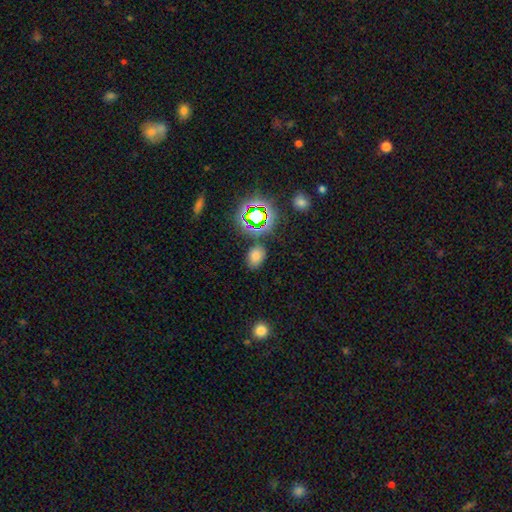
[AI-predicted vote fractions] smooth_or_featured: smooth (p=0.68) [alt: star or artifact p=0.24]
how_rounded: in between (p=0.74) [alt: round p=0.24]
merging: none (p=0.79) [alt: minor disturbance p=0.12]